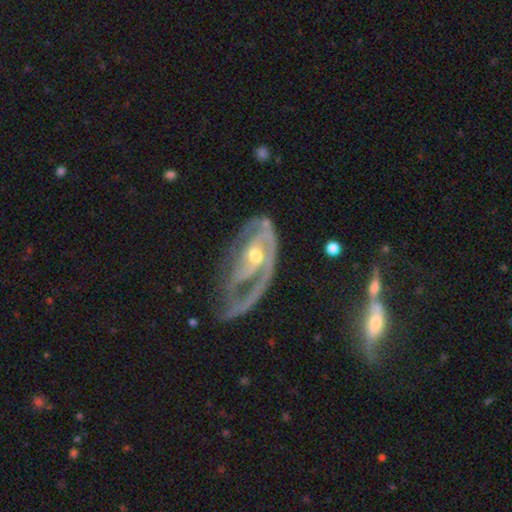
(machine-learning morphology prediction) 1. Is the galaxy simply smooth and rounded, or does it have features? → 88% featured or disk, 7% smooth, 4% star or artifact.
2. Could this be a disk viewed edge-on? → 96% no, 4% yes.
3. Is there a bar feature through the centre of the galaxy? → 56% no, 29% weak, 14% strong.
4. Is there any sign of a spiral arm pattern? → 92% yes, 8% no.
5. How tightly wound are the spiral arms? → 41% medium, 36% tight, 23% loose.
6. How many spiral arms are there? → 46% 2, 36% 1, 8% can't tell, 4% 3, 2% 4, 2% more than 4.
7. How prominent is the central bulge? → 69% moderate, 25% small, 4% large, 1% none, 1% dominant.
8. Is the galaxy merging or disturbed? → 41% major disturbance, 32% none, 22% minor disturbance, 5% merger.